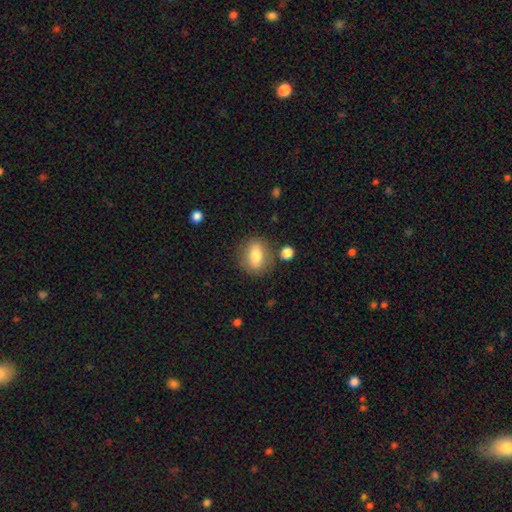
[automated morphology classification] A smooth galaxy with no disk features (70%) that is in between round and cigar-shaped (58%).

Vote fractions:
- Smooth or featured? smooth: 70% / featured or disk: 22% / star or artifact: 8%
- How rounded? in between: 58% / round: 38% / cigar-shaped: 4%
- Merging? none: 82% / minor disturbance: 11% / merger: 4% / major disturbance: 3%